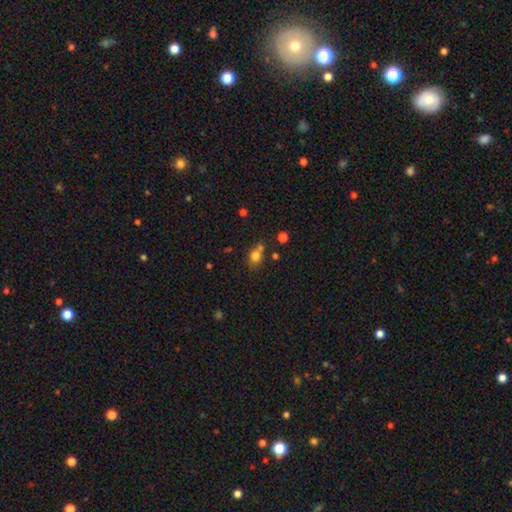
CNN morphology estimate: Smooth or featured: smooth — 78% (star or artifact — 13%)
How rounded: round — 62% (in between — 37%)
Merging: none — 55% (merger — 25%)